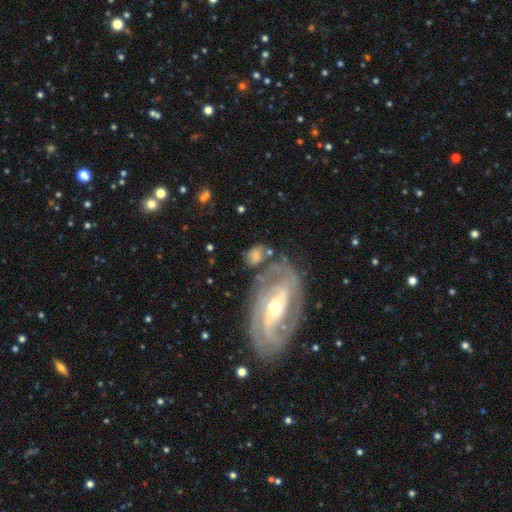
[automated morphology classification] A smooth galaxy with no disk features (46%). Merging: none (53%).